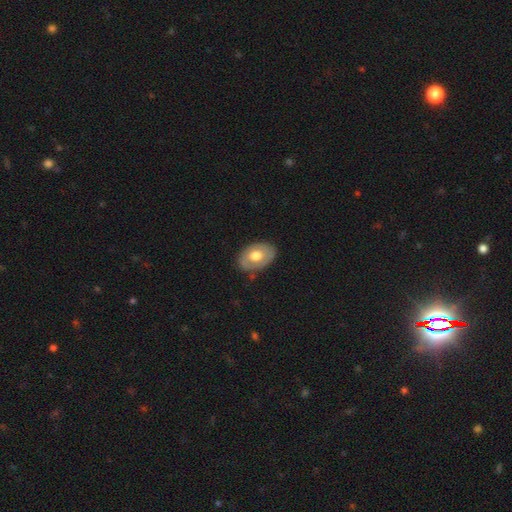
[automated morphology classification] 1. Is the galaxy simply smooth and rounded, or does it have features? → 52% smooth, 42% featured or disk, 6% star or artifact.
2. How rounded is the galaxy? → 82% in between, 16% round, 1% cigar-shaped.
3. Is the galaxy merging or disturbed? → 78% none, 17% minor disturbance, 4% major disturbance, 1% merger.